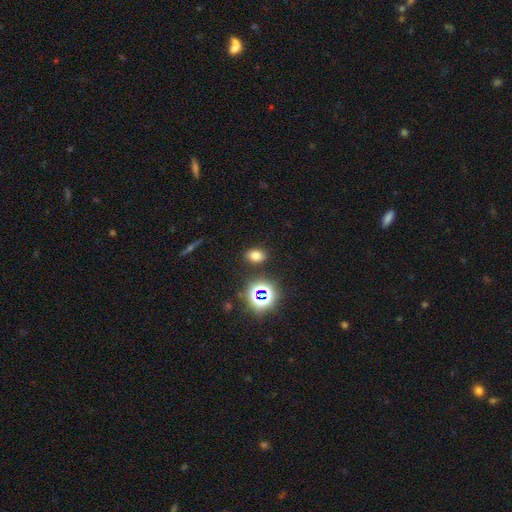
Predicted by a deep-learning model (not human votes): smooth 71%, star or artifact 21%, featured or disk 8%. Down the decision tree: how rounded — in between (73%); merging — none (86%).